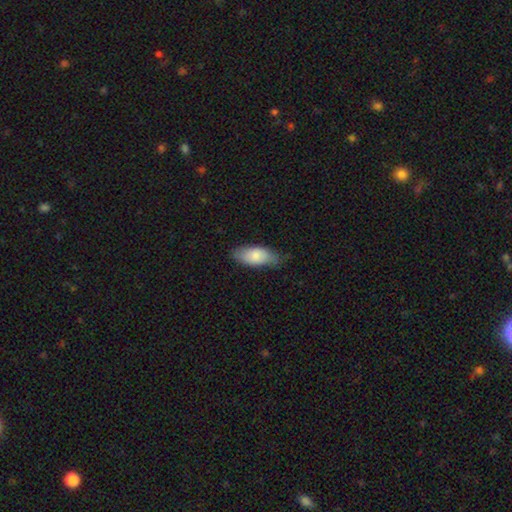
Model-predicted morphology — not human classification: Smooth or featured: smooth — 79% (featured or disk — 15%)
How rounded: in between — 87% (cigar-shaped — 10%)
Merging: none — 68% (minor disturbance — 26%)